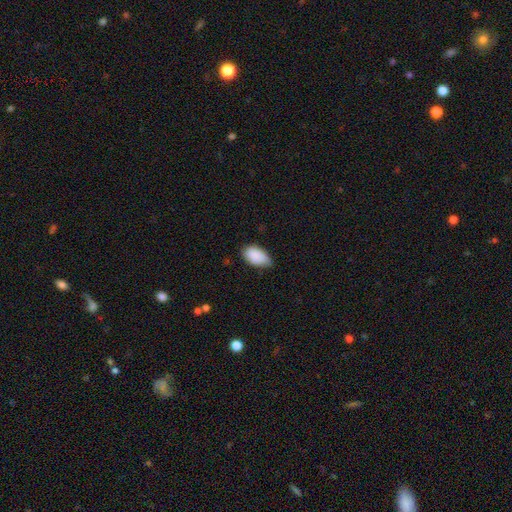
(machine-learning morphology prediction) Q: Smooth or featured?
A: smooth (89%); runner-up: star or artifact (7%)
Q: How rounded?
A: in between (94%); runner-up: round (5%)
Q: Merging?
A: none (59%); runner-up: minor disturbance (35%)